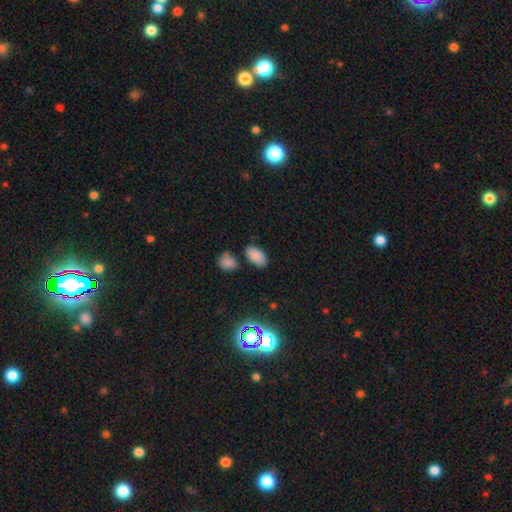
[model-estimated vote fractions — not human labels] Q: Smooth or featured?
A: smooth (84%); runner-up: star or artifact (10%)
Q: How rounded?
A: in between (94%); runner-up: round (5%)
Q: Merging?
A: none (78%); runner-up: minor disturbance (12%)